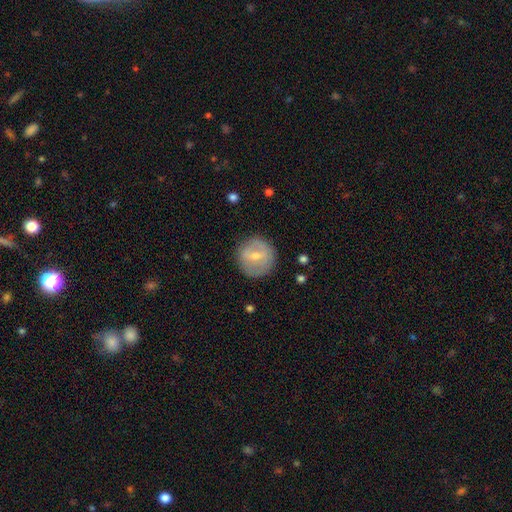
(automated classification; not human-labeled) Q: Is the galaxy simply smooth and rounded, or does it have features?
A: smooth — 48%.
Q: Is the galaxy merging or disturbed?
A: none — 83%.